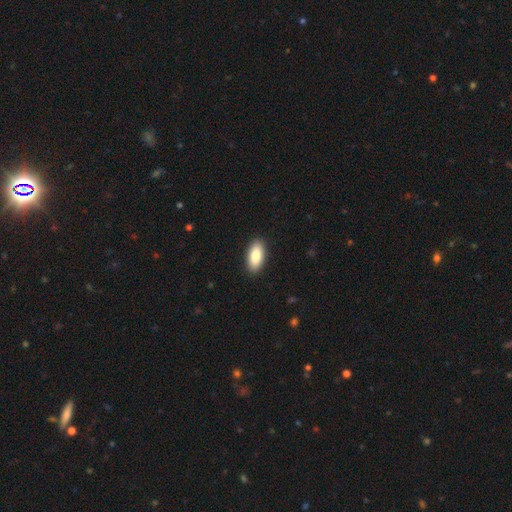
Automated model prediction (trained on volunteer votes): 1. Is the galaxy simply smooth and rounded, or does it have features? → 86% smooth, 8% featured or disk, 6% star or artifact.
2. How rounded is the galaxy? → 89% in between, 9% cigar-shaped, 2% round.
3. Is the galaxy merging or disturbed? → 90% none, 7% minor disturbance, 2% major disturbance, 1% merger.